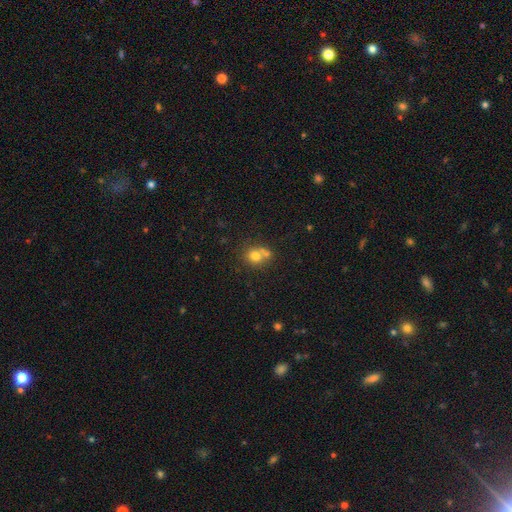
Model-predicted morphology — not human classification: The model was most divided on "merging": none: 44%, merger: 40%, minor disturbance: 11%, major disturbance: 5%. More confident: how rounded — round (74%); smooth or featured — smooth (73%).